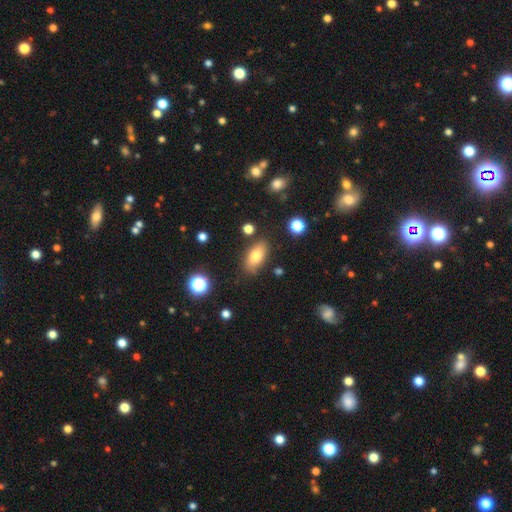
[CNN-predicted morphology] This appears to be a smooth galaxy with no disk features (78%) that is in between round and cigar-shaped (87%). Merging: none (82%).